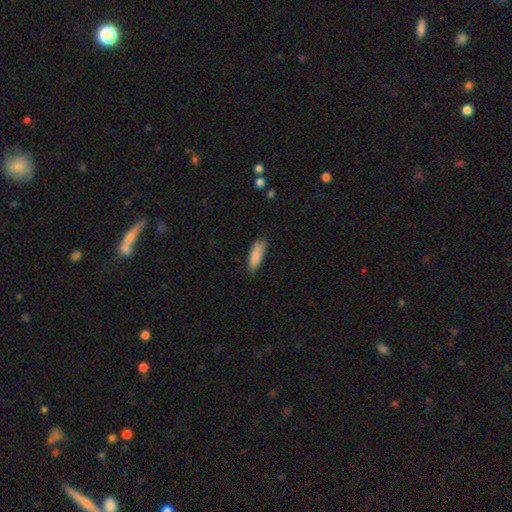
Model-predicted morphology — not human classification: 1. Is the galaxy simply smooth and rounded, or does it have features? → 85% smooth, 9% featured or disk, 6% star or artifact.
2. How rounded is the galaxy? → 62% in between, 36% cigar-shaped, 2% round.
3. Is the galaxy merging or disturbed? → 77% none, 19% minor disturbance, 3% major disturbance, 1% merger.